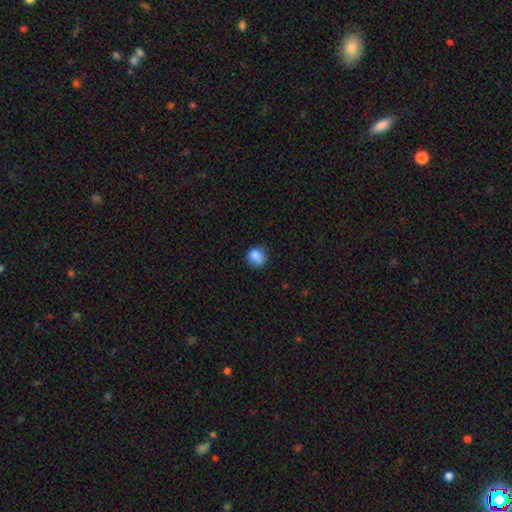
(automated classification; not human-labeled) Smooth or featured? smooth (83%)
How rounded? round (79%)
Merging? none (63%)